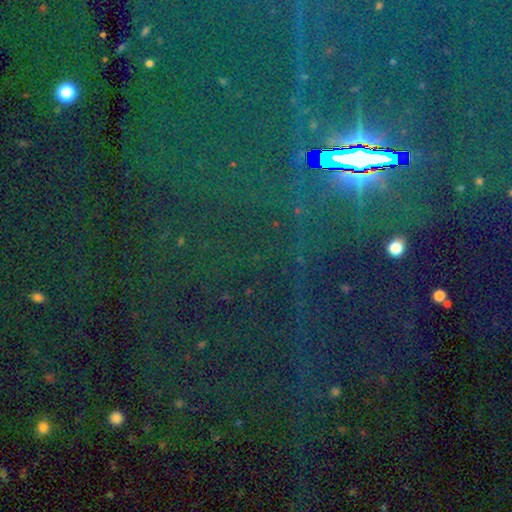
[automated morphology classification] smooth_or_featured: star or artifact (p=0.85) [alt: featured or disk p=0.08]